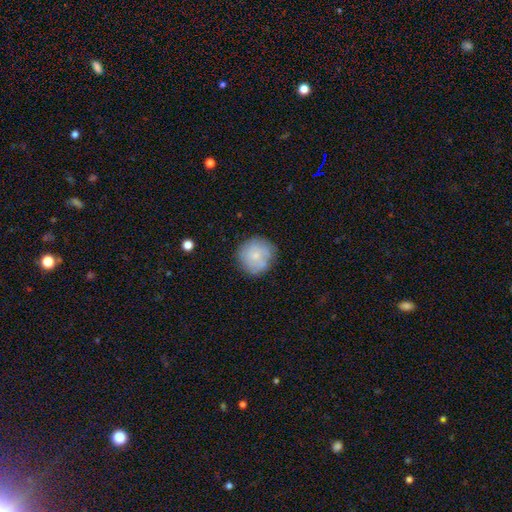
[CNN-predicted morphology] A smooth galaxy with no disk features (65%) that is round (92%).

Vote fractions:
- Smooth or featured? smooth: 65% / featured or disk: 27% / star or artifact: 7%
- How rounded? round: 92% / in between: 7% / cigar-shaped: 1%
- Merging? none: 76% / minor disturbance: 16% / major disturbance: 5% / merger: 3%